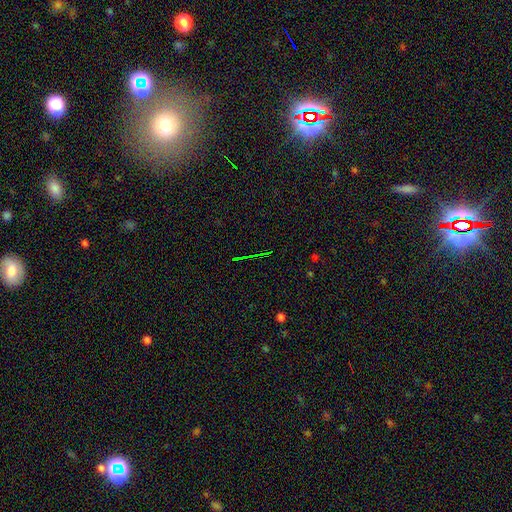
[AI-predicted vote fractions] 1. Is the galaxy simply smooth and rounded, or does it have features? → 76% star or artifact, 13% featured or disk, 12% smooth.